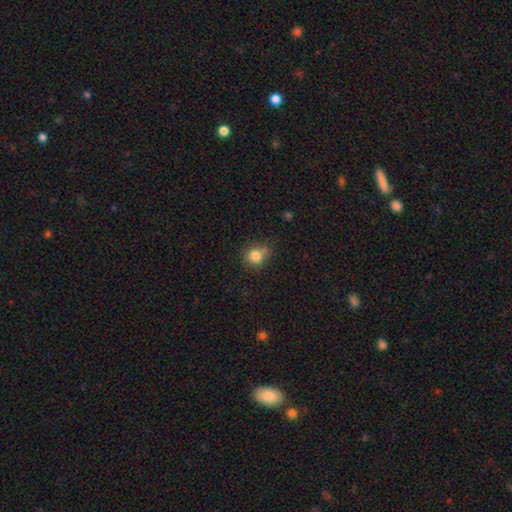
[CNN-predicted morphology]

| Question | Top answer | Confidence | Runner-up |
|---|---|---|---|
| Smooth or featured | smooth | 82% | star or artifact (11%) |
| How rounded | round | 83% | in between (16%) |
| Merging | none | 63% | minor disturbance (19%) |